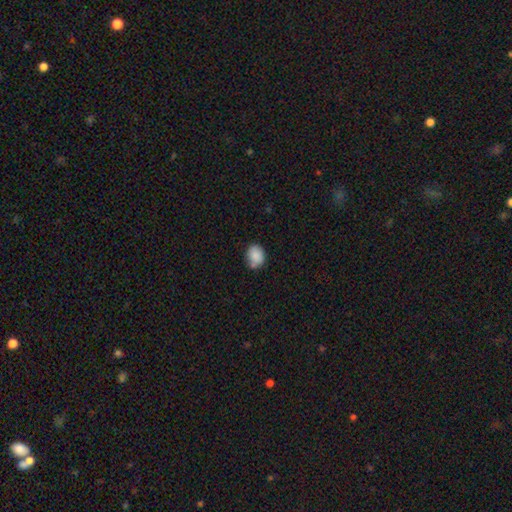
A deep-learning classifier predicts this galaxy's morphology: A smooth galaxy with no disk features (85%) that is in between round and cigar-shaped (53%).

Vote fractions:
- Smooth or featured? smooth: 85% / star or artifact: 8% / featured or disk: 7%
- How rounded? in between: 53% / round: 46% / cigar-shaped: 1%
- Merging? none: 62% / minor disturbance: 23% / merger: 10% / major disturbance: 5%